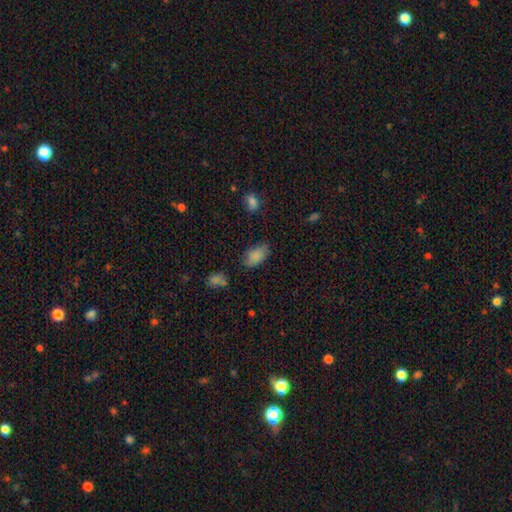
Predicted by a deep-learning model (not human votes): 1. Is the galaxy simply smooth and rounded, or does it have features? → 85% smooth, 8% star or artifact, 7% featured or disk.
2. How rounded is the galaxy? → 93% in between, 5% round, 2% cigar-shaped.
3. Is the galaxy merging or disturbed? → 73% none, 20% minor disturbance, 5% major disturbance, 2% merger.